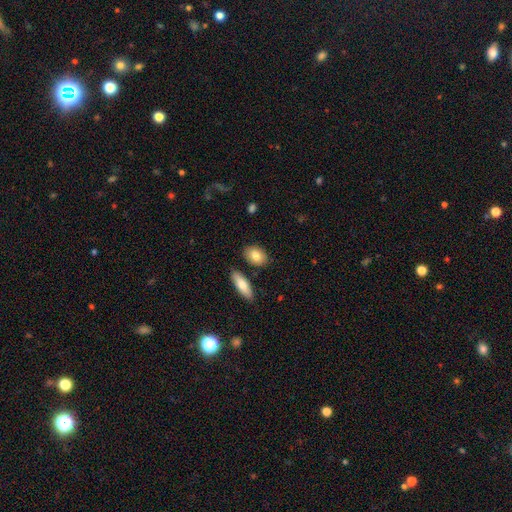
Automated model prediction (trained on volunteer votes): A smooth galaxy with no disk features (81%) that is in between round and cigar-shaped (81%).

Vote fractions:
- Smooth or featured? smooth: 81% / featured or disk: 13% / star or artifact: 7%
- How rounded? in between: 81% / round: 16% / cigar-shaped: 3%
- Merging? none: 81% / minor disturbance: 10% / merger: 7% / major disturbance: 2%